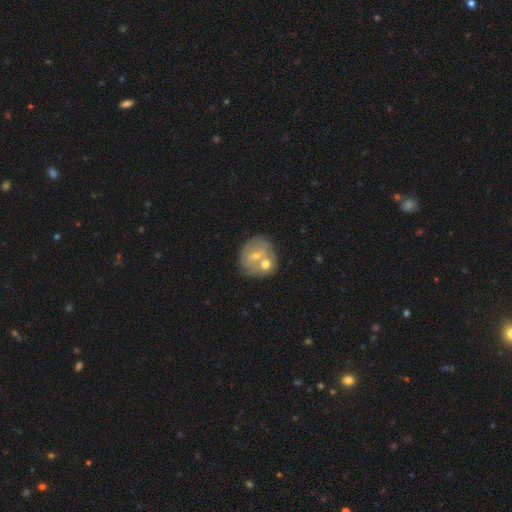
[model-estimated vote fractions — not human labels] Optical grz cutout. It shows a featured or disk galaxy (51%). Merging: merger (50%).